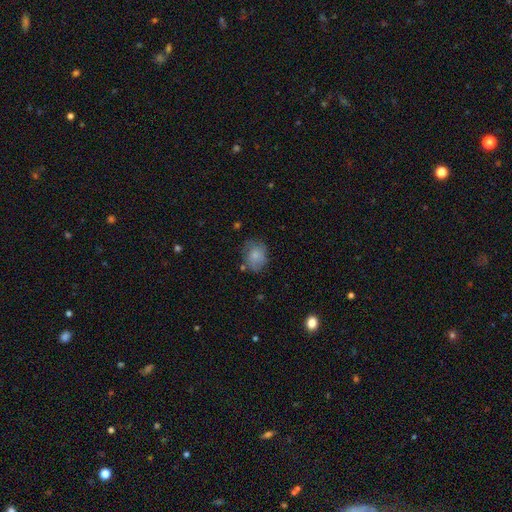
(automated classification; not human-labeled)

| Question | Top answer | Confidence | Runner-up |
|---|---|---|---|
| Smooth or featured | smooth | 74% | featured or disk (18%) |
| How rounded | in between | 50% | round (49%) |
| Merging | none | 61% | minor disturbance (26%) |